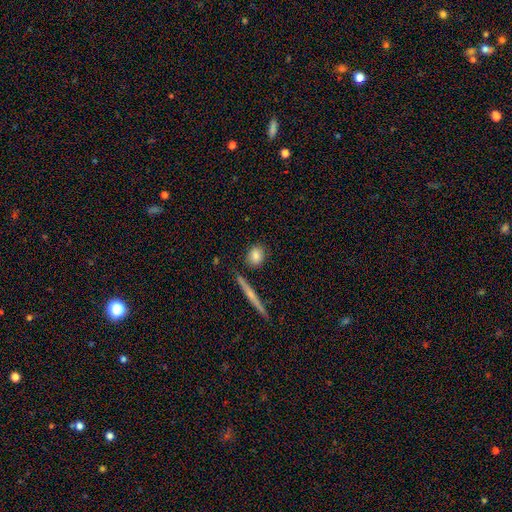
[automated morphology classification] smooth-or-featured: smooth: 82% | featured or disk: 11% | star or artifact: 7%
  how-rounded: round: 52% | in between: 41% | cigar-shaped: 7%
  merging: none: 83% | minor disturbance: 10% | merger: 5% | major disturbance: 3%